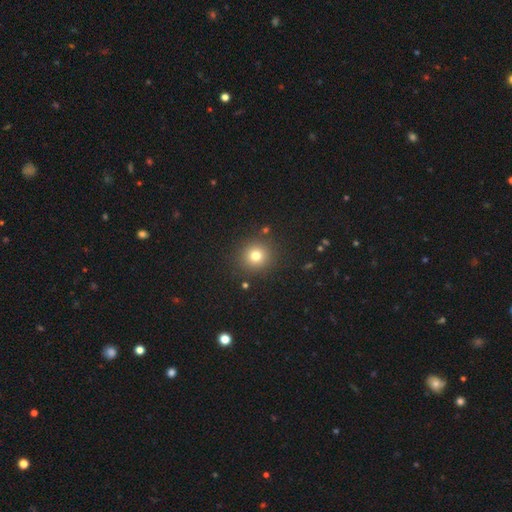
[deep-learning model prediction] Smooth or featured: smooth — 76% (star or artifact — 16%)
How rounded: round — 93% (in between — 6%)
Merging: none — 89% (minor disturbance — 6%)